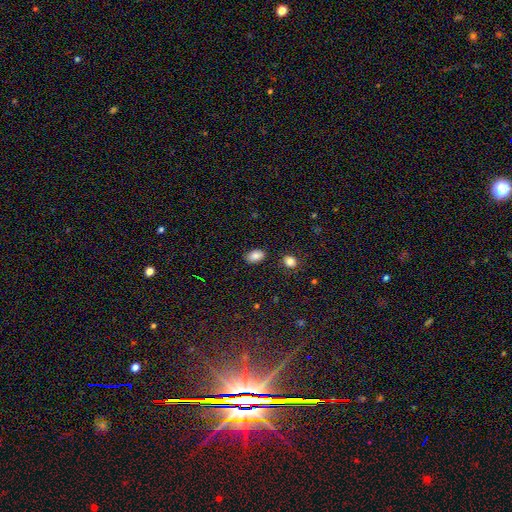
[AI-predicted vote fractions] Smooth or featured?
  - smooth: 85% *
  - star or artifact: 9%
  - featured or disk: 6%
How rounded?
  - in between: 89% *
  - round: 10%
  - cigar-shaped: 1%
Merging?
  - none: 85% *
  - minor disturbance: 10%
  - merger: 3%
  - major disturbance: 2%